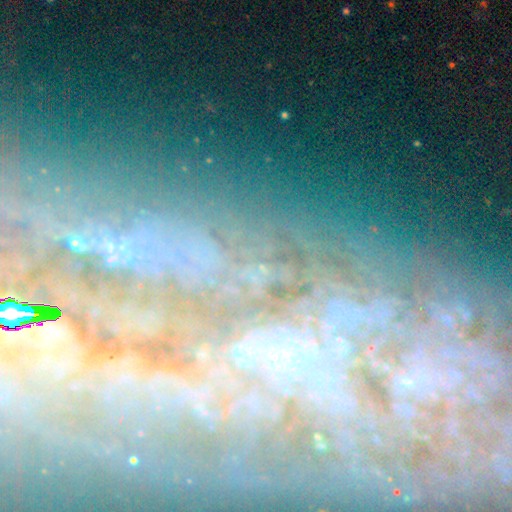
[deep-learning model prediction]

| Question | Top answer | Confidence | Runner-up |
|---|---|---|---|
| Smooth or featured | featured or disk | 52% | star or artifact (34%) |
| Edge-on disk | no | 89% | yes (11%) |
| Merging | none | 64% | minor disturbance (16%) |